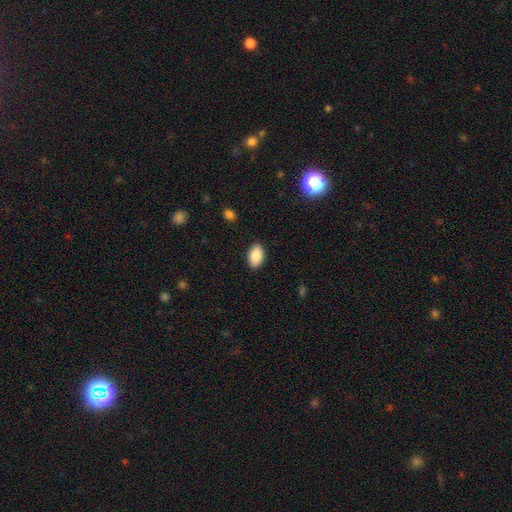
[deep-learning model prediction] A smooth galaxy with no disk features (88%) that is in between round and cigar-shaped (93%).

Vote fractions:
- Smooth or featured? smooth: 88% / star or artifact: 7% / featured or disk: 5%
- How rounded? in between: 93% / round: 6% / cigar-shaped: 2%
- Merging? none: 89% / minor disturbance: 8% / major disturbance: 2% / merger: 1%